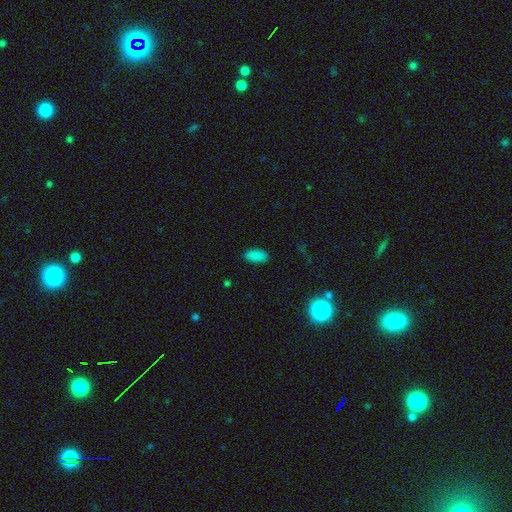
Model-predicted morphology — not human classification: A smooth galaxy with no disk features (85%) that is in between round and cigar-shaped (94%).

Vote fractions:
- Smooth or featured? smooth: 85% / star or artifact: 11% / featured or disk: 3%
- How rounded? in between: 94% / cigar-shaped: 4% / round: 3%
- Merging? none: 87% / minor disturbance: 10% / major disturbance: 2% / merger: 1%